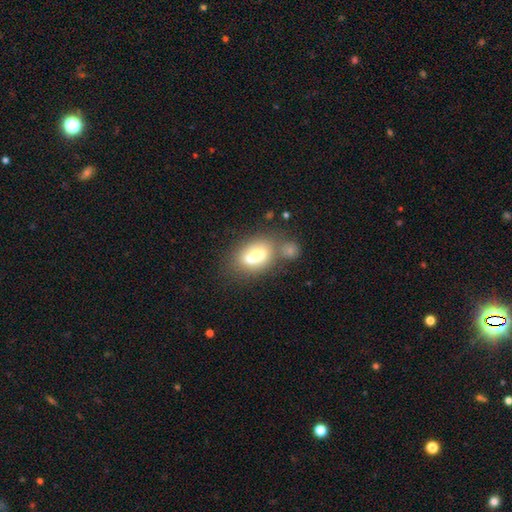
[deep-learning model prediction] Smooth or featured? smooth (63%)
How rounded? in between (82%)
Merging? none (40%)